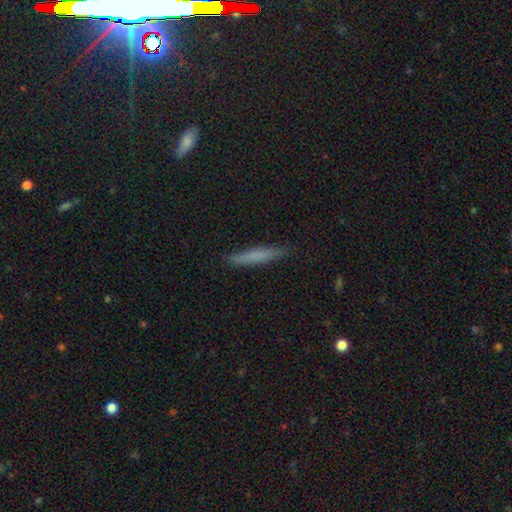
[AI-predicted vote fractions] smooth 68%, featured or disk 26%, star or artifact 7%. Down the decision tree: how rounded — cigar-shaped (94%); merging — none (87%).